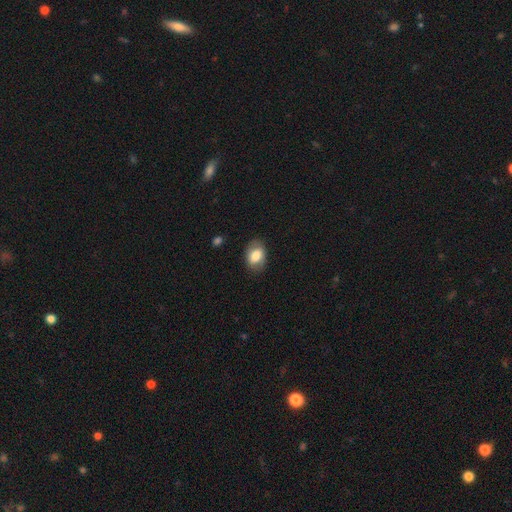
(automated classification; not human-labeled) This appears to be a smooth galaxy with no disk features (75%) that is in between round and cigar-shaped (79%). Merging: none (81%).